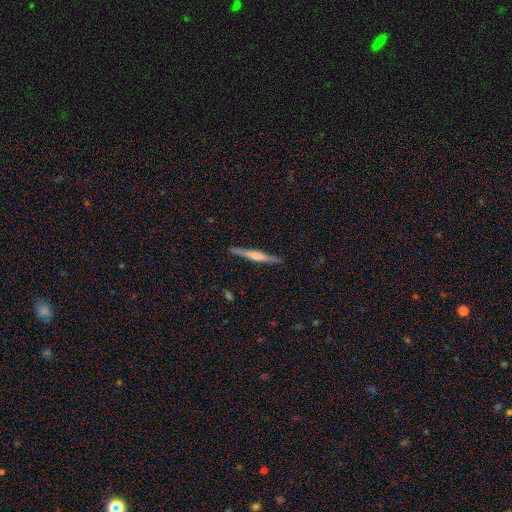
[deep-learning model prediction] Q: Smooth or featured?
A: featured or disk (70%); runner-up: smooth (25%)
Q: Edge-on disk?
A: yes (98%); runner-up: no (2%)
Q: Edge-on bulge?
A: rounded (64%); runner-up: boxy (19%)
Q: Merging?
A: none (91%); runner-up: minor disturbance (6%)